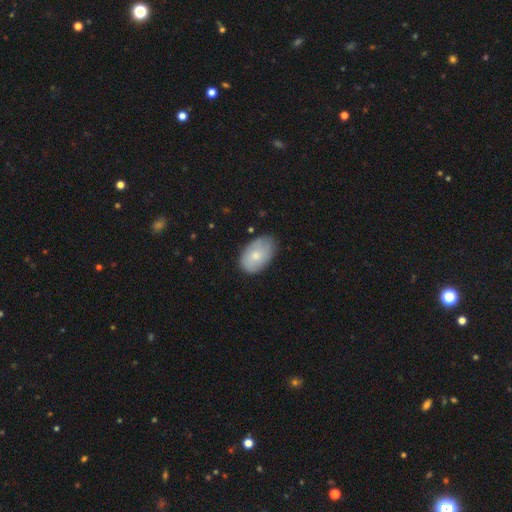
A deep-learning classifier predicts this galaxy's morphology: This appears to be a smooth galaxy with no disk features (74%) that is in between round and cigar-shaped (91%). Merging: none (74%).